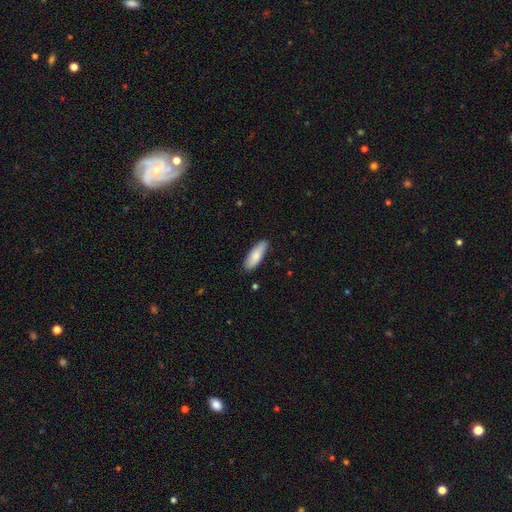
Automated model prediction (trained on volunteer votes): This is clearly a smooth galaxy (82%). How rounded: likely in between (63%). Merging: clearly none (85%).